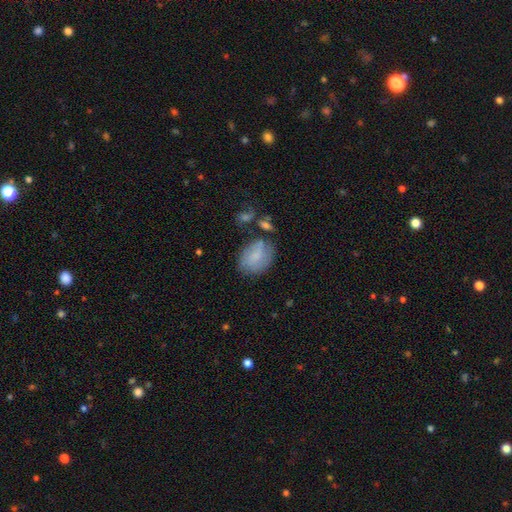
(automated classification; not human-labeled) Smooth or featured? Predicted: smooth (p=0.66). How rounded? Predicted: in between (p=0.77). Merging? Predicted: none (p=0.56).